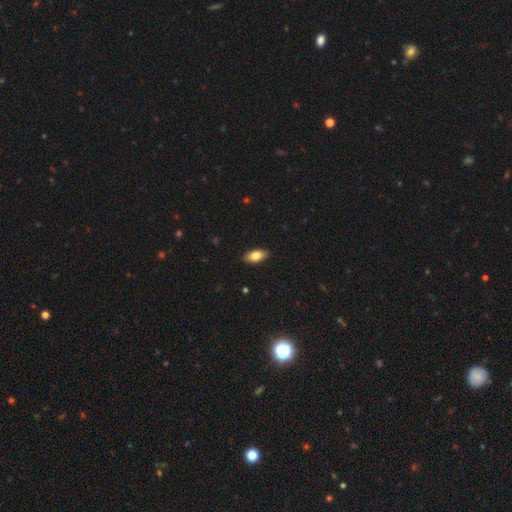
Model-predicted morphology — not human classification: Overall: smooth (81%). How rounded: in between (90%). Merging: none (90%).